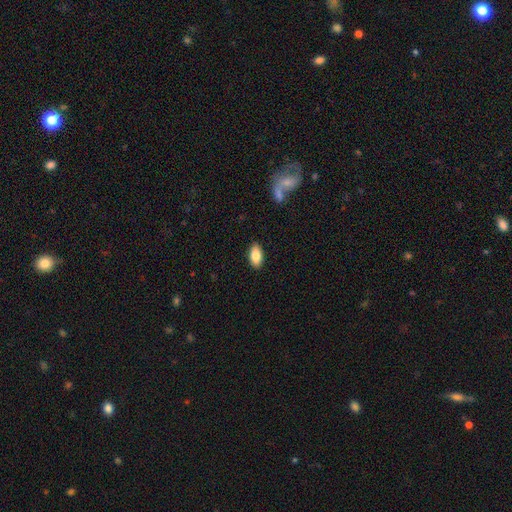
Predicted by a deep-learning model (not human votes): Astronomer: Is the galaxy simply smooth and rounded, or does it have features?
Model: smooth — 83%.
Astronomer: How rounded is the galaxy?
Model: in between — 93%.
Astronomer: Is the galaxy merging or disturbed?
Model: none — 89%.